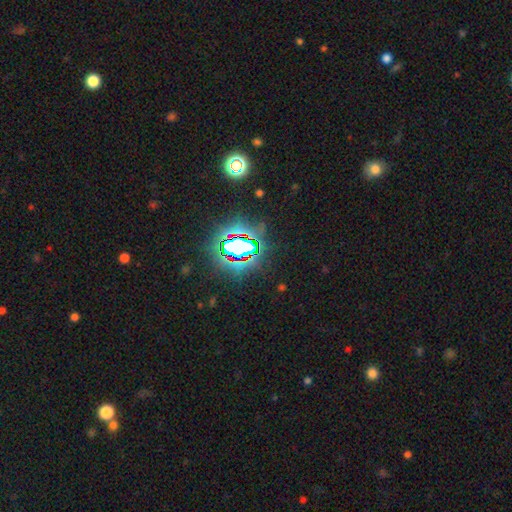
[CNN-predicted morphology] This appears to be a star or artifact, not a galaxy (83%).